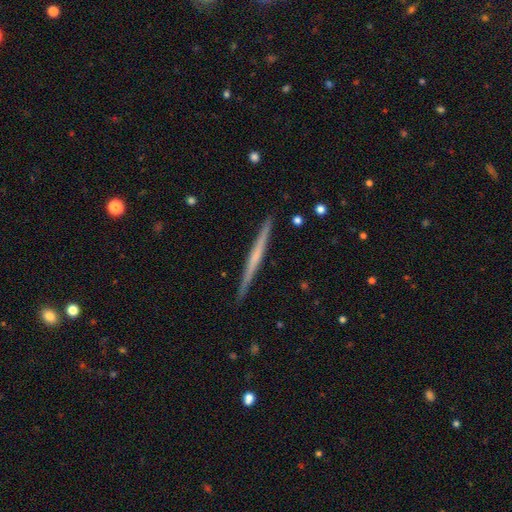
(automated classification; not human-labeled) featured or disk 62%, smooth 33%, star or artifact 5%. Down the decision tree: edge-on disk — yes (98%); edge-on bulge — none (74%); merging — none (91%).